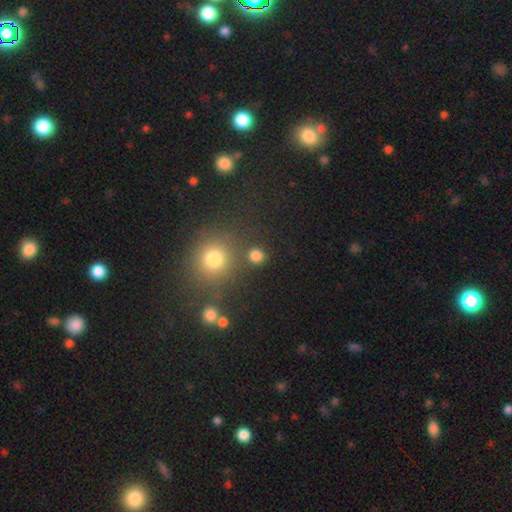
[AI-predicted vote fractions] A smooth galaxy with no disk features (80%) that is round (90%).

Vote fractions:
- Smooth or featured? smooth: 80% / star or artifact: 16% / featured or disk: 4%
- How rounded? round: 90% / in between: 9% / cigar-shaped: 1%
- Merging? none: 83% / merger: 8% / minor disturbance: 6% / major disturbance: 3%